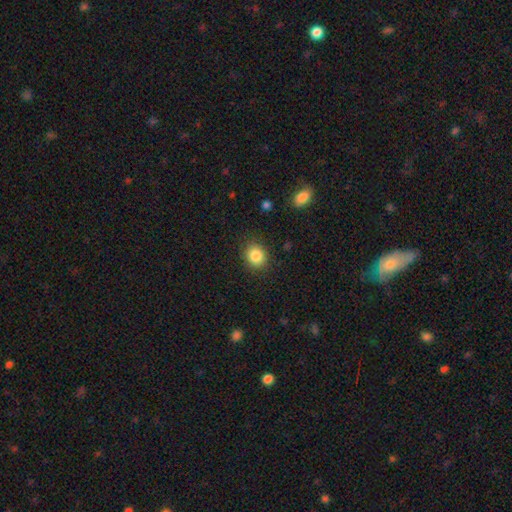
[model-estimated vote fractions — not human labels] This is clearly a smooth galaxy (85%). How rounded: likely round (74%). Merging: clearly none (87%).